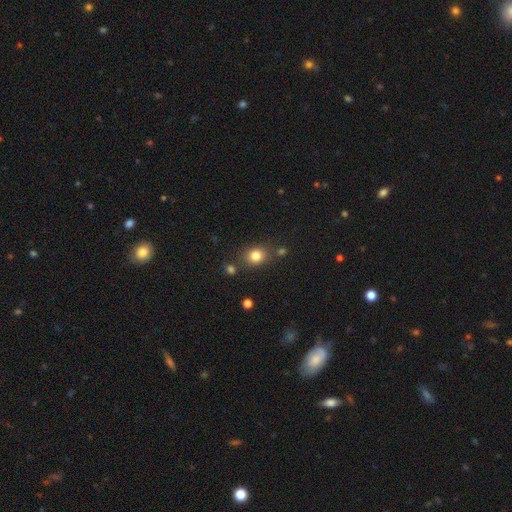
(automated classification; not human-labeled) The model was most divided on "how rounded": round: 69%, in between: 30%, cigar-shaped: 1%. More confident: smooth or featured — smooth (81%); merging — none (77%).